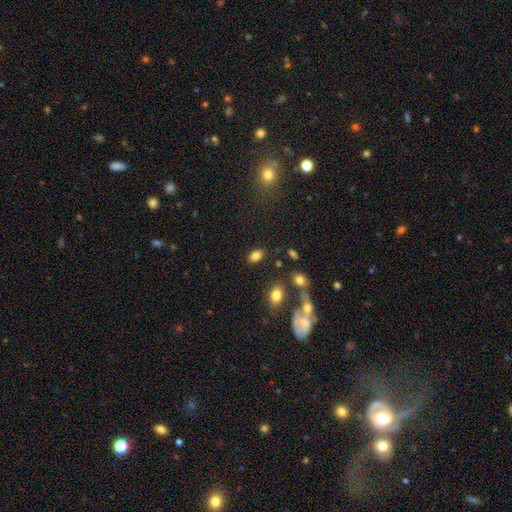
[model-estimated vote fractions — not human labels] This is clearly a smooth galaxy (82%). How rounded: clearly in between (87%). Merging: clearly none (81%).